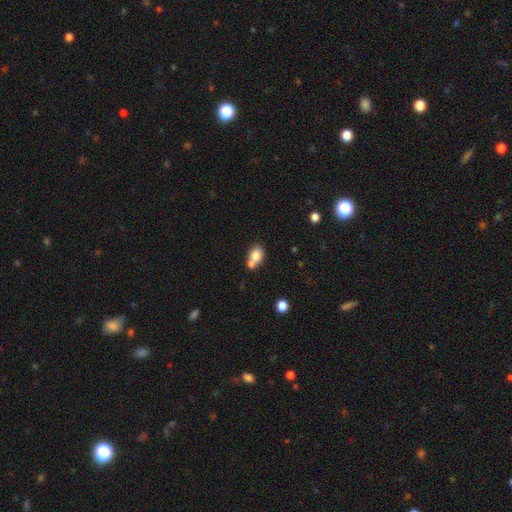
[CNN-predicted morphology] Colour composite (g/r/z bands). It shows a smooth galaxy with no disk features (79%) that is in between round and cigar-shaped (57%). Merging: merger (49%).